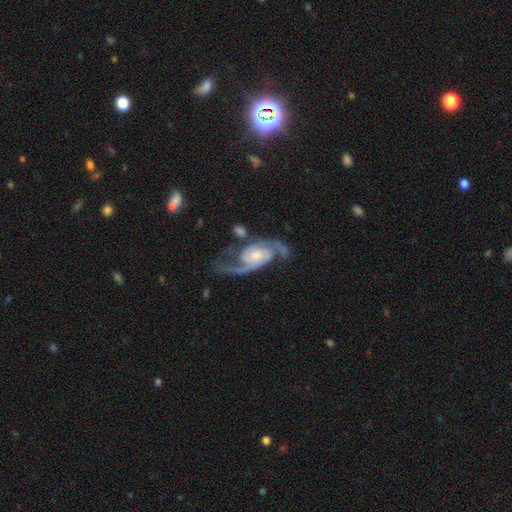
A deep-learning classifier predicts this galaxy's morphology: A featured or disk galaxy (91%) with no bar (52%), 2 (90%) medium (53%) spiral arms (98%) and a moderate central bulge (47%). Merging: none (63%).